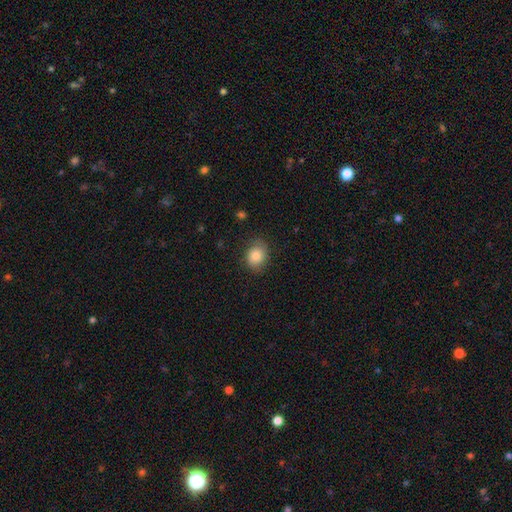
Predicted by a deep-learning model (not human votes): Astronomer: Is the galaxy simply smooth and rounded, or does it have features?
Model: smooth — 82%.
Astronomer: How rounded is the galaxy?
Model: round — 50% (runner-up: in between, 49%).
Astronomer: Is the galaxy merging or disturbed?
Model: none — 77%.